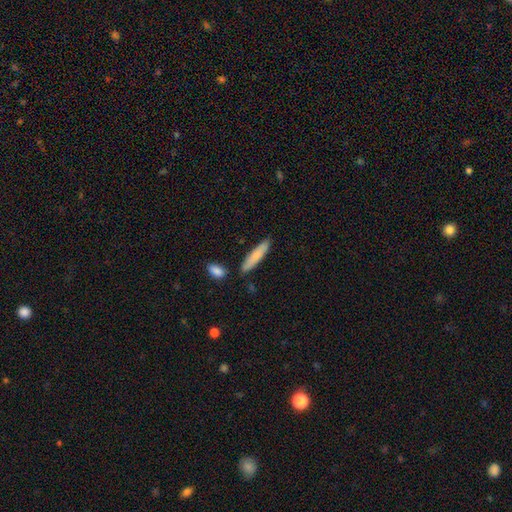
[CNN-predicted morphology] Smooth or featured? smooth (80%)
How rounded? cigar-shaped (85%)
Merging? none (83%)